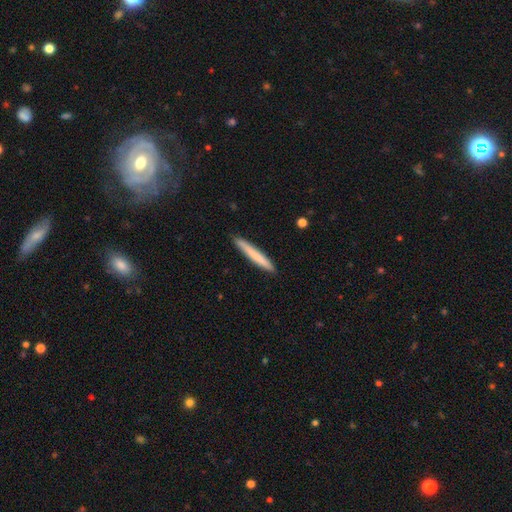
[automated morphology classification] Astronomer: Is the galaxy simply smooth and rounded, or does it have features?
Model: smooth — 74%.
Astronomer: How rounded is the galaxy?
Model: cigar-shaped — 97%.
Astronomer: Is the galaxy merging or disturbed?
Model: none — 91%.